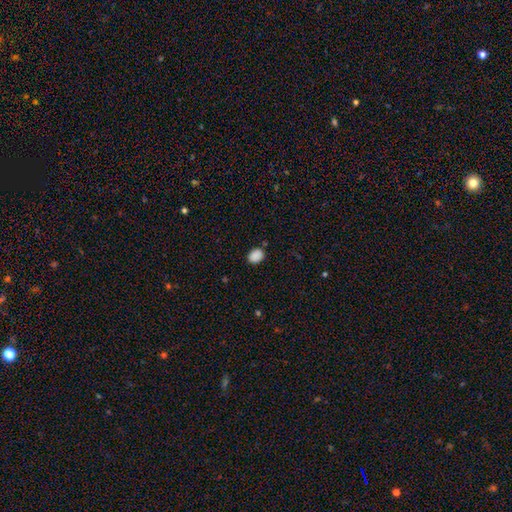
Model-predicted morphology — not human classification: smooth-or-featured: smooth: 88% | star or artifact: 9% | featured or disk: 3%
  how-rounded: in between: 60% | round: 39% | cigar-shaped: 1%
  merging: none: 81% | minor disturbance: 13% | major disturbance: 3% | merger: 3%